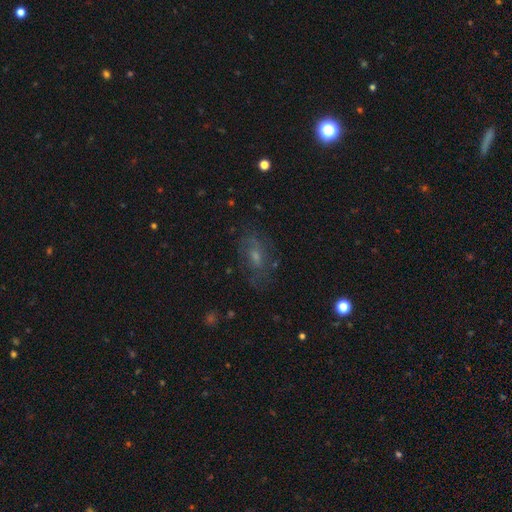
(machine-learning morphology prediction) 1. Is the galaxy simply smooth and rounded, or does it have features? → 42% featured or disk, 35% smooth, 24% star or artifact.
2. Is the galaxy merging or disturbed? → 70% none, 18% minor disturbance, 10% major disturbance, 2% merger.